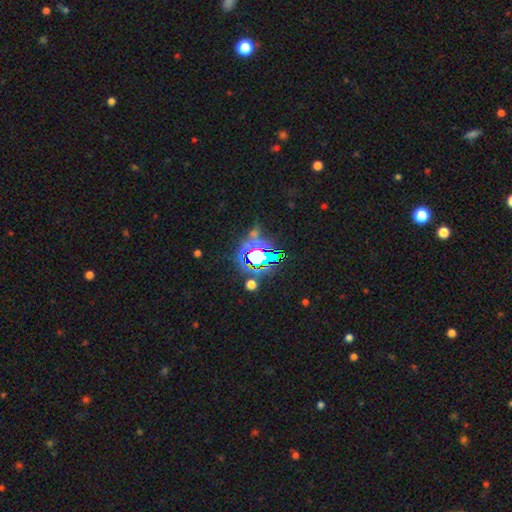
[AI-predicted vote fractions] Smooth or featured?
  - star or artifact: 80% *
  - smooth: 12%
  - featured or disk: 9%